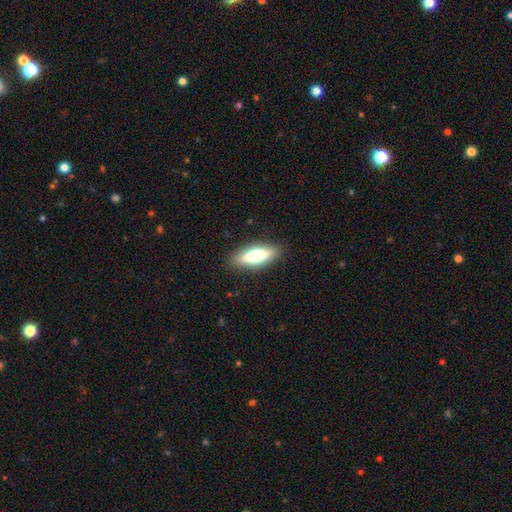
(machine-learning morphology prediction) Overall: smooth (61%; featured or disk 32%). How rounded: in between (50%; cigar-shaped 48%). Merging: none (88%).